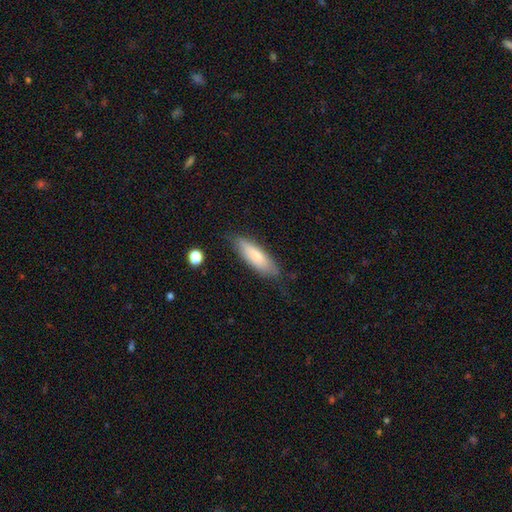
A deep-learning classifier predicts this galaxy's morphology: This appears to be a smooth galaxy with no disk features (77%) that is cigar-shaped (51%). Merging: none (75%).